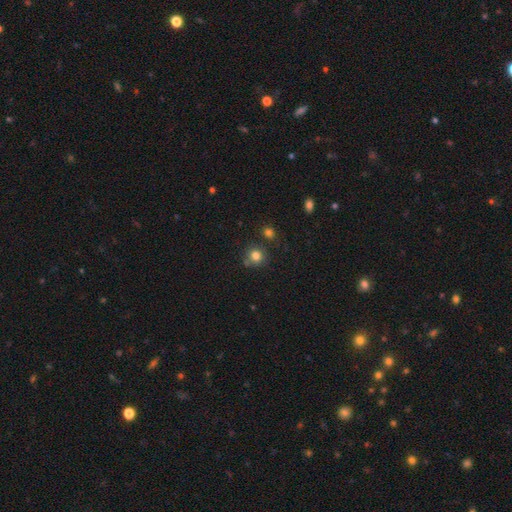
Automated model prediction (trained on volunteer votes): Morphology: type=smooth (80%); roundness=round (89%); merging=none (75%).